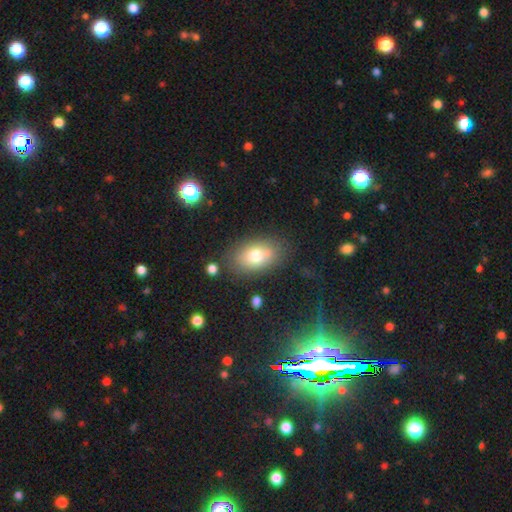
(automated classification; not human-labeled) Q: Smooth or featured?
A: smooth (73%); runner-up: featured or disk (18%)
Q: How rounded?
A: in between (85%); runner-up: round (14%)
Q: Merging?
A: none (72%); runner-up: minor disturbance (16%)